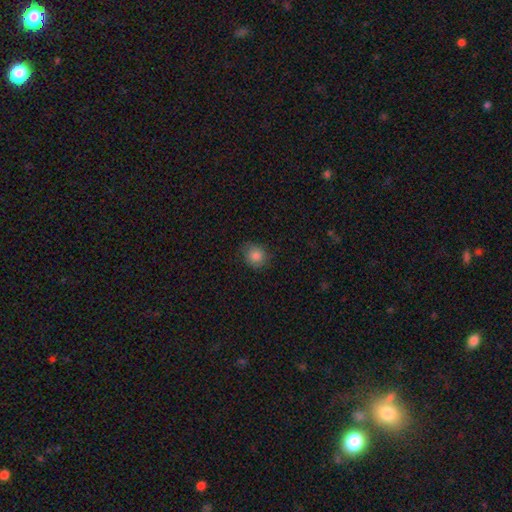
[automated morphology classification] Smooth or featured: smooth — 84% (star or artifact — 10%)
How rounded: round — 83% (in between — 16%)
Merging: none — 82% (minor disturbance — 14%)